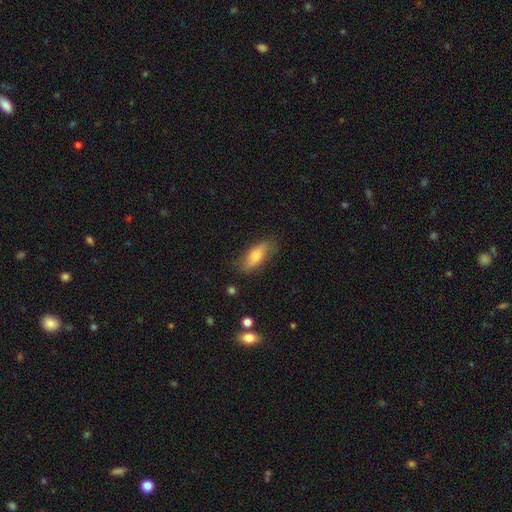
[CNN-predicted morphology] The model was most divided on "smooth or featured": smooth: 65%, featured or disk: 28%, star or artifact: 7%. More confident: merging — none (79%); how rounded — in between (70%).